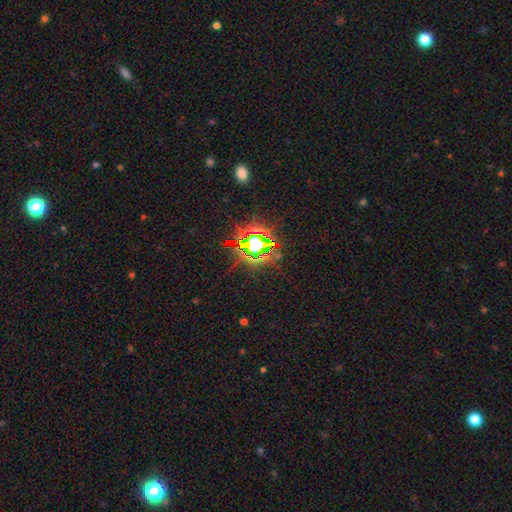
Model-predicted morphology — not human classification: Smooth or featured: star or artifact — 79% (smooth — 11%)